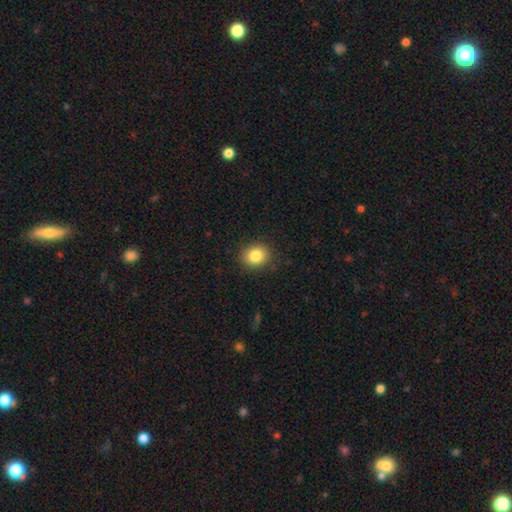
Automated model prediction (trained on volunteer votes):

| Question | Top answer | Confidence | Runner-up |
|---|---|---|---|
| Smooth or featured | smooth | 84% | star or artifact (10%) |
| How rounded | round | 67% | in between (32%) |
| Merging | none | 87% | minor disturbance (9%) |